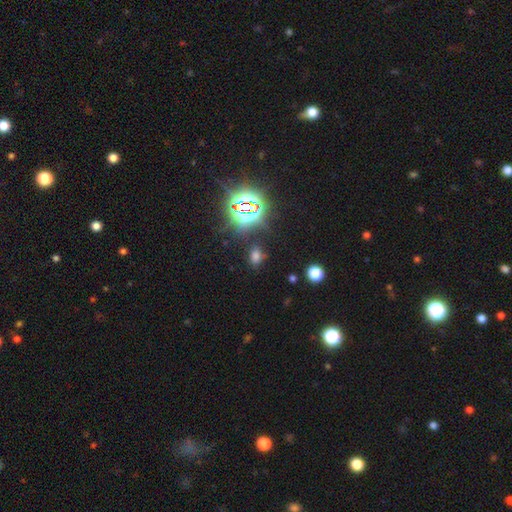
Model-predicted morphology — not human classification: Overall: smooth (56%; star or artifact 36%). How rounded: in between (79%). Merging: none (77%).